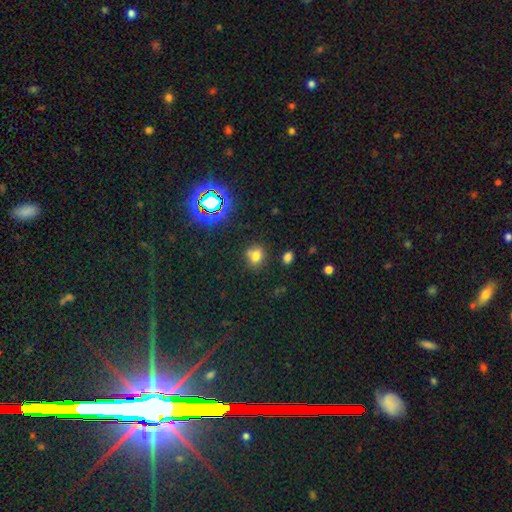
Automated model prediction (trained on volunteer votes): smooth-or-featured: smooth: 69% | star or artifact: 22% | featured or disk: 9%
  how-rounded: round: 61% | in between: 38% | cigar-shaped: 1%
  merging: none: 66% | merger: 16% | minor disturbance: 13% | major disturbance: 4%